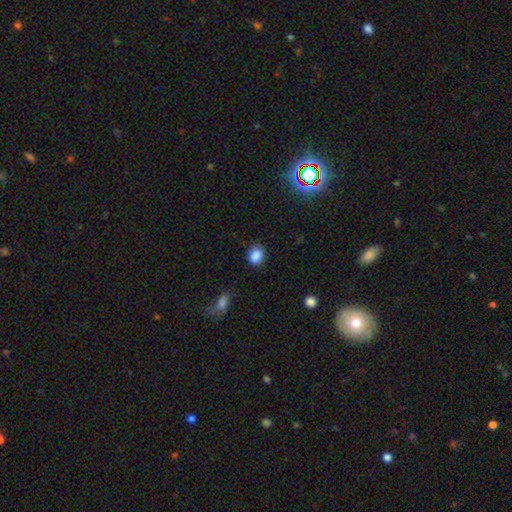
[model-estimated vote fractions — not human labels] smooth 87%, star or artifact 9%, featured or disk 3%. Down the decision tree: how rounded — round (51%); merging — none (83%).